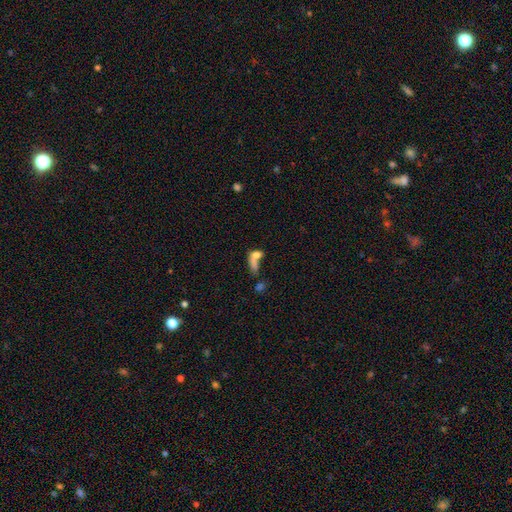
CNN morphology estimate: Q: Smooth or featured?
A: smooth (64%); runner-up: featured or disk (23%)
Q: How rounded?
A: in between (60%); runner-up: round (23%)
Q: Merging?
A: merger (50%); runner-up: none (22%)